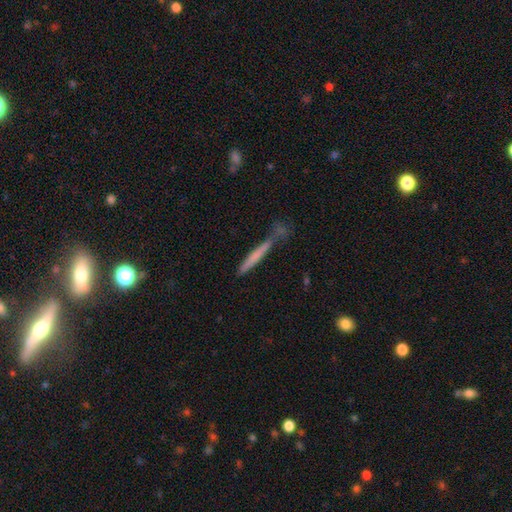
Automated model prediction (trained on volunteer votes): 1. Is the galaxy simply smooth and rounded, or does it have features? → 60% smooth, 33% featured or disk, 7% star or artifact.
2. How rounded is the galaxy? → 96% cigar-shaped, 3% in between, 1% round.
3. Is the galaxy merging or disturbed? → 66% none, 17% minor disturbance, 12% merger, 6% major disturbance.